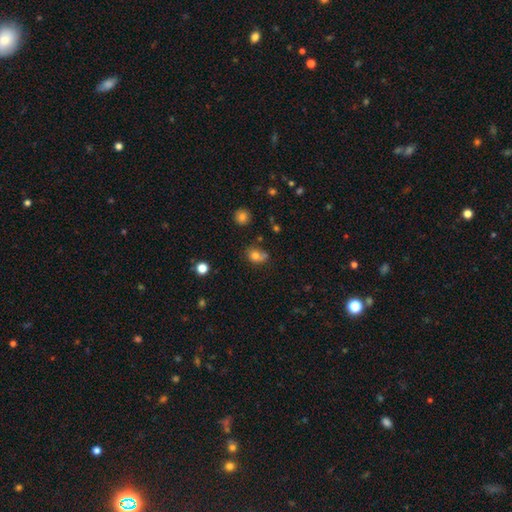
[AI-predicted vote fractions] Morphology: type=smooth (74%); roundness=in between (50%); merging=none (48%).